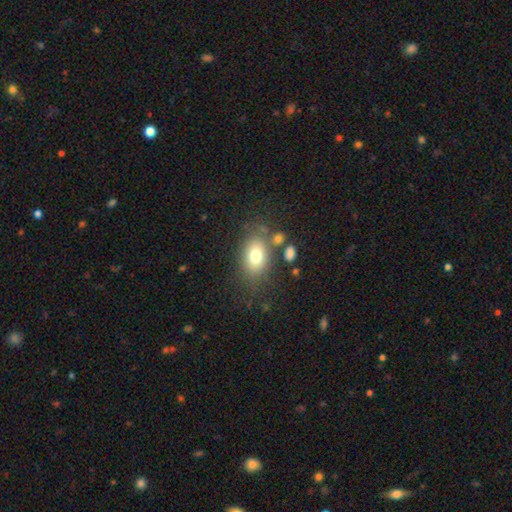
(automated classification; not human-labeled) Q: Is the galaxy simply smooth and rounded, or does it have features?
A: smooth — 75%.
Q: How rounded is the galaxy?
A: in between — 79%.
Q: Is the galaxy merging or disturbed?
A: none — 71%.